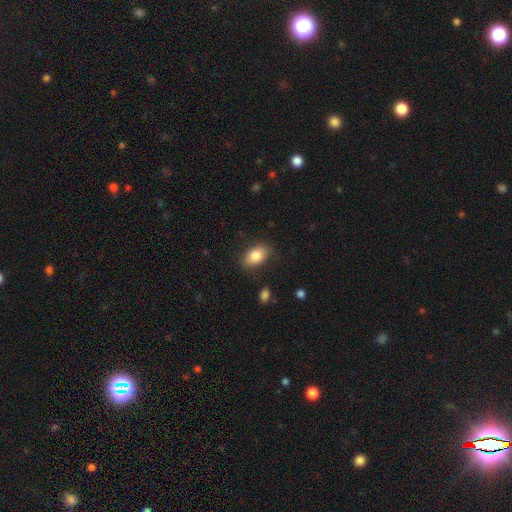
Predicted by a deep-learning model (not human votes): Smooth or featured: smooth — 83% (featured or disk — 10%)
How rounded: in between — 87% (round — 11%)
Merging: none — 81% (minor disturbance — 14%)